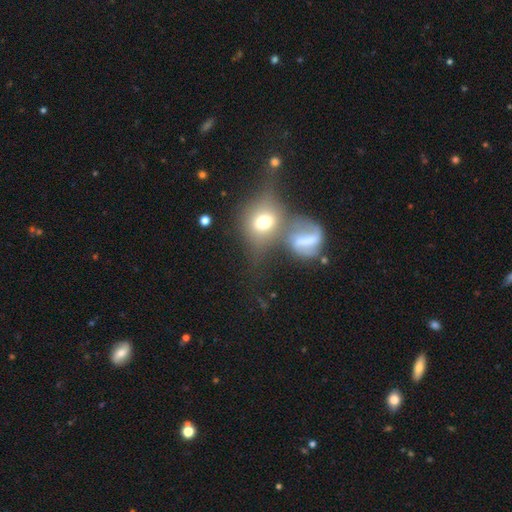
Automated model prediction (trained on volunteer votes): smooth 41%, featured or disk 40%, star or artifact 19%. Down the decision tree: merging — merger (51%).